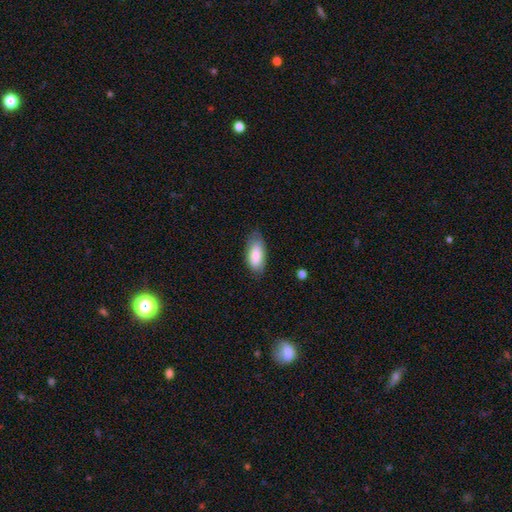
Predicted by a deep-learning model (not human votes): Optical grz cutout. It shows a smooth galaxy with no disk features (84%) that is in between round and cigar-shaped (87%). Merging: none (72%).